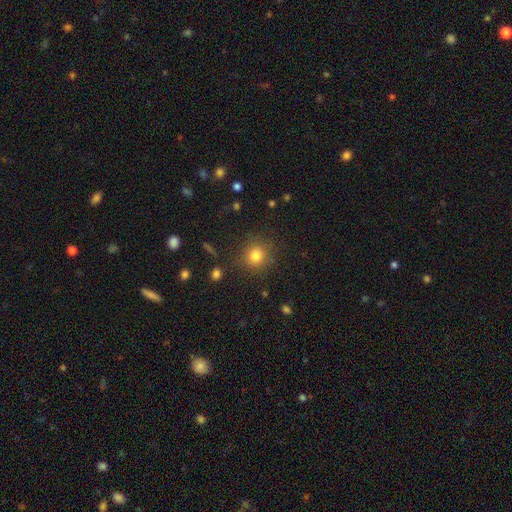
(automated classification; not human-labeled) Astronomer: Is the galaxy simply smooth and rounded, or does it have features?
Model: smooth — 80%.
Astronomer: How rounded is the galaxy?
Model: round — 90%.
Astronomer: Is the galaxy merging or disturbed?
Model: none — 86%.